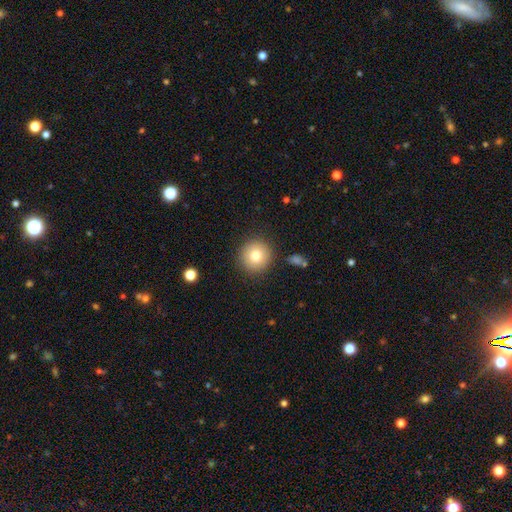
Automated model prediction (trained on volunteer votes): A smooth galaxy with no disk features (80%) that is round (94%). Merging: none (88%).